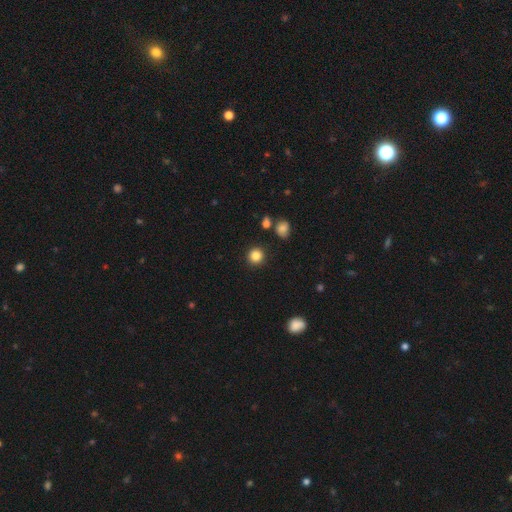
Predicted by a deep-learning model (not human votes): Smooth or featured?
  - smooth: 84% *
  - star or artifact: 11%
  - featured or disk: 4%
How rounded?
  - round: 93% *
  - in between: 6%
  - cigar-shaped: 1%
Merging?
  - none: 90% *
  - minor disturbance: 6%
  - major disturbance: 2%
  - merger: 2%